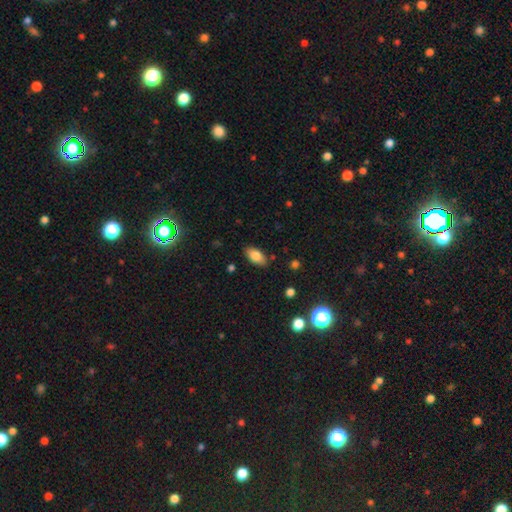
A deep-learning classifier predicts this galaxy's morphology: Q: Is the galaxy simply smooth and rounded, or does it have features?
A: smooth — 82%.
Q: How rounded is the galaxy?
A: in between — 92%.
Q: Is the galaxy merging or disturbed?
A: none — 85%.